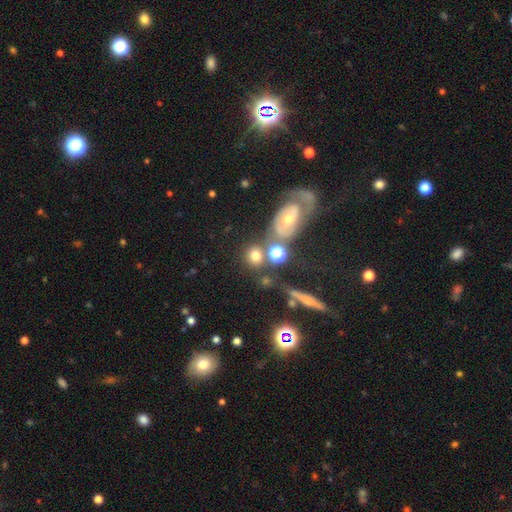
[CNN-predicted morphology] smooth-or-featured: smooth: 70% | featured or disk: 16% | star or artifact: 15%
  how-rounded: round: 74% | in between: 23% | cigar-shaped: 2%
  merging: none: 60% | merger: 21% | minor disturbance: 12% | major disturbance: 7%